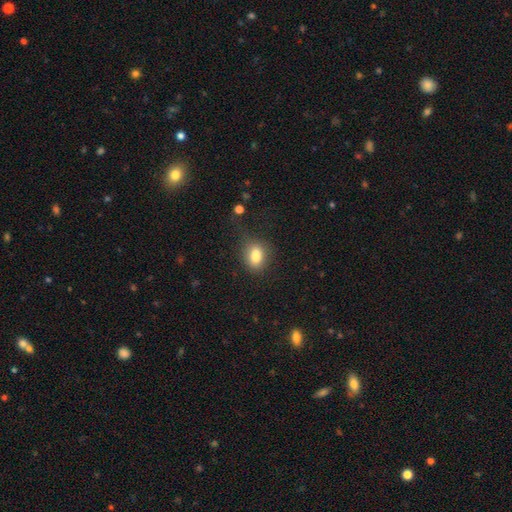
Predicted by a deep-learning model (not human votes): smooth-or-featured: smooth: 82% | star or artifact: 10% | featured or disk: 8%
  how-rounded: in between: 69% | round: 29% | cigar-shaped: 2%
  merging: none: 62% | minor disturbance: 22% | major disturbance: 9% | merger: 6%